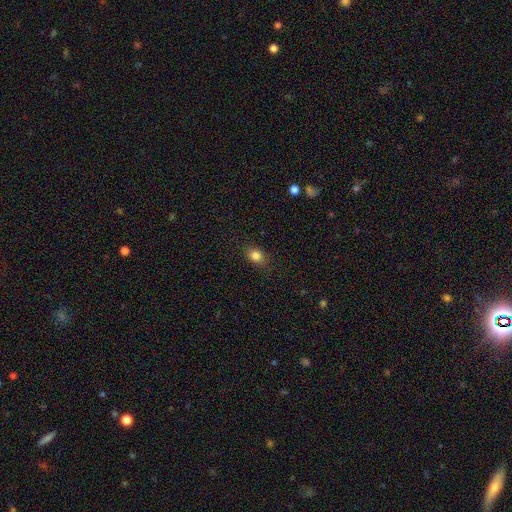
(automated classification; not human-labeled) The model was most divided on "how rounded": in between: 61%, round: 37%, cigar-shaped: 2%. More confident: merging — none (84%); smooth or featured — smooth (83%).